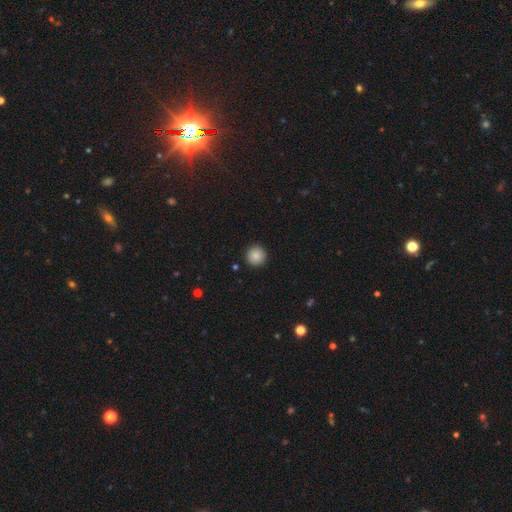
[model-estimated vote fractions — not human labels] Smooth or featured?
  - smooth: 87% *
  - star or artifact: 9%
  - featured or disk: 4%
How rounded?
  - round: 96% *
  - in between: 3%
  - cigar-shaped: 1%
Merging?
  - none: 92% *
  - minor disturbance: 5%
  - major disturbance: 2%
  - merger: 1%